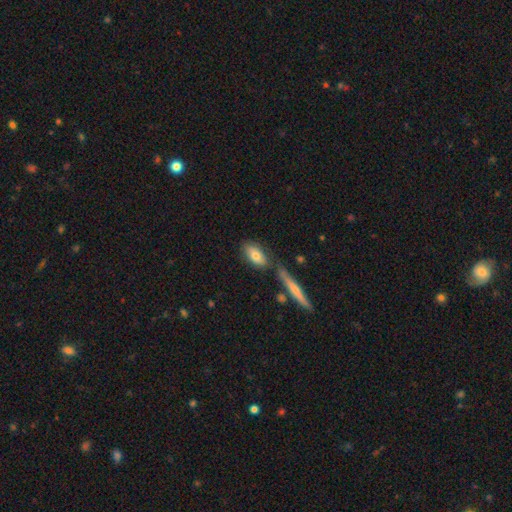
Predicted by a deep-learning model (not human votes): Smooth or featured? Predicted: smooth (p=0.73). How rounded? Predicted: in between (p=0.84). Merging? Predicted: none (p=0.68).